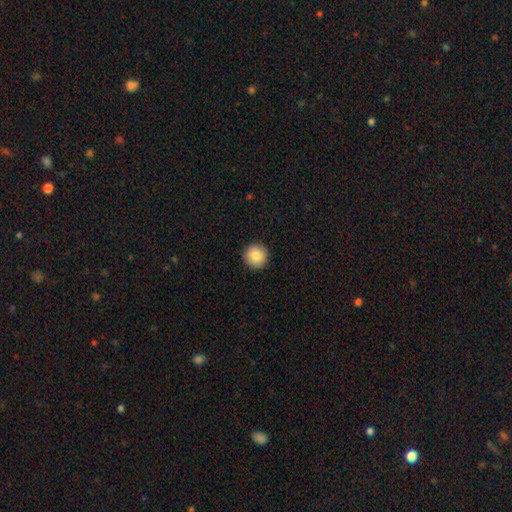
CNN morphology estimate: Q: Smooth or featured?
A: smooth (86%); runner-up: star or artifact (8%)
Q: How rounded?
A: round (95%); runner-up: in between (4%)
Q: Merging?
A: none (92%); runner-up: minor disturbance (5%)